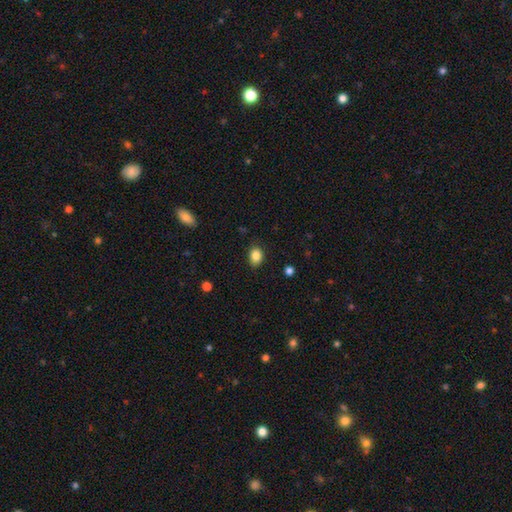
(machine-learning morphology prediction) smooth-or-featured: smooth: 86% | star or artifact: 9% | featured or disk: 5%
  how-rounded: in between: 66% | round: 33% | cigar-shaped: 1%
  merging: none: 85% | minor disturbance: 11% | major disturbance: 3% | merger: 1%